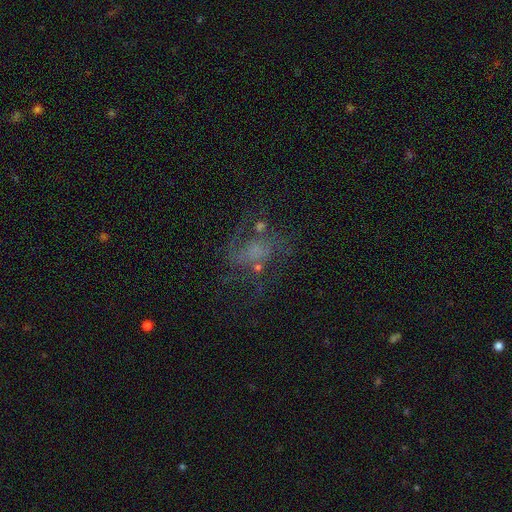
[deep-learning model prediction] Smooth or featured: featured or disk — 61% (star or artifact — 21%)
Edge-on disk: no — 97% (yes — 3%)
Bar: no — 70% (weak — 25%)
Spiral arms: yes — 68% (no — 32%)
Bulge size: none — 42% (small — 30%)
Merging: none — 50% (major disturbance — 29%)